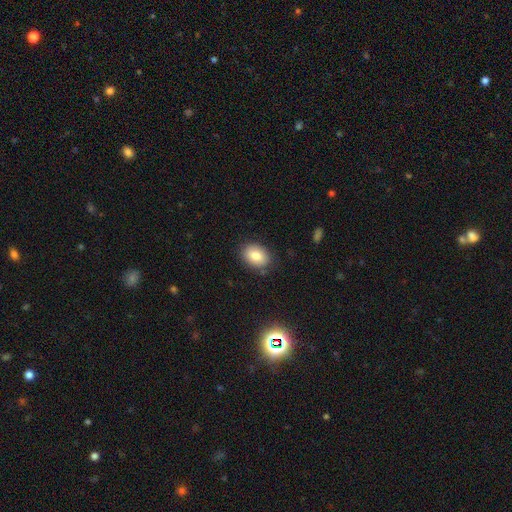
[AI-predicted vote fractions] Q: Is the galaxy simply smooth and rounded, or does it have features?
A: smooth — 81%.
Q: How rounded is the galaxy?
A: in between — 71%.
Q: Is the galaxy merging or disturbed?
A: none — 85%.